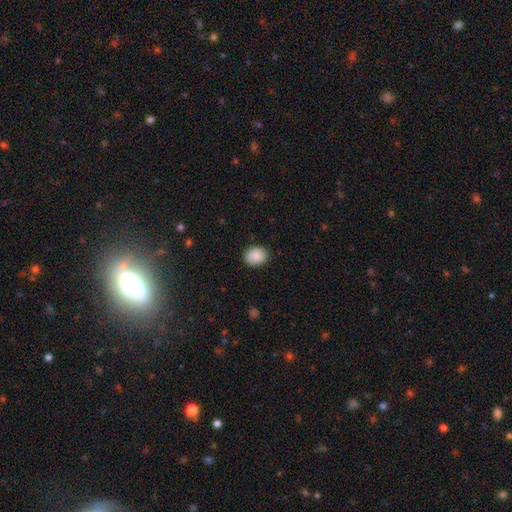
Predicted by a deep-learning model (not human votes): Overall: smooth (89%). How rounded: round (62%; in between 38%). Merging: none (88%).